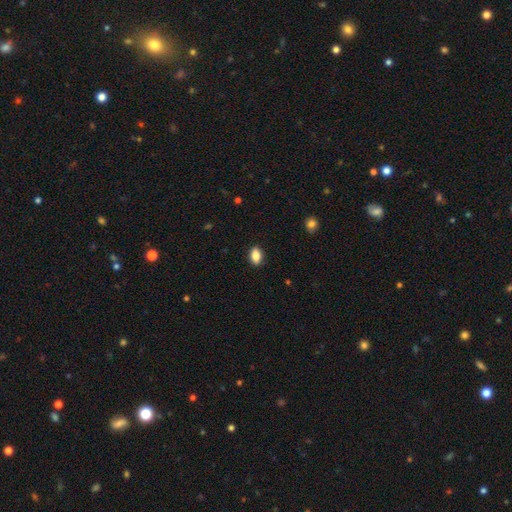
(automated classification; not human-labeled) smooth_or_featured: smooth (p=0.86) [alt: star or artifact p=0.08]
how_rounded: in between (p=0.87) [alt: round p=0.10]
merging: none (p=0.89) [alt: minor disturbance p=0.08]